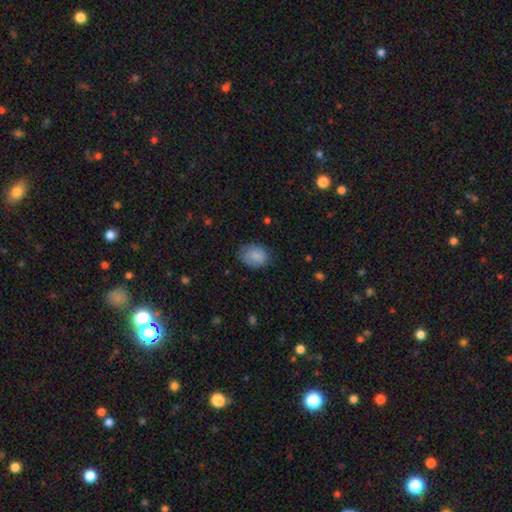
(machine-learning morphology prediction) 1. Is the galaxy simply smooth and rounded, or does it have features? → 83% smooth, 8% star or artifact, 8% featured or disk.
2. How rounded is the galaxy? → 63% in between, 36% round, 1% cigar-shaped.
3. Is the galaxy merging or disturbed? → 68% none, 24% minor disturbance, 7% major disturbance, 1% merger.